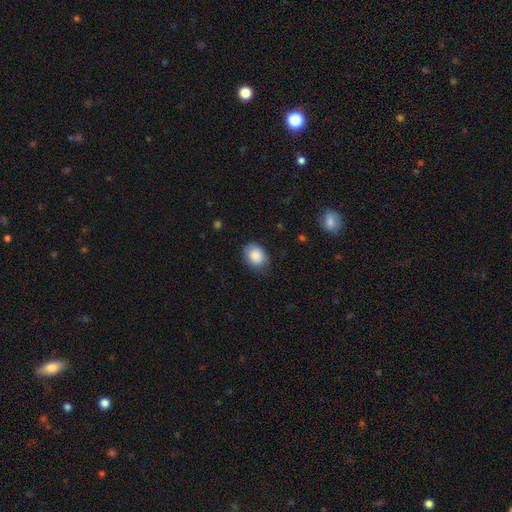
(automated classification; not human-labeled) Smooth or featured: smooth — 87% (star or artifact — 7%)
How rounded: in between — 63% (round — 36%)
Merging: none — 73% (minor disturbance — 21%)